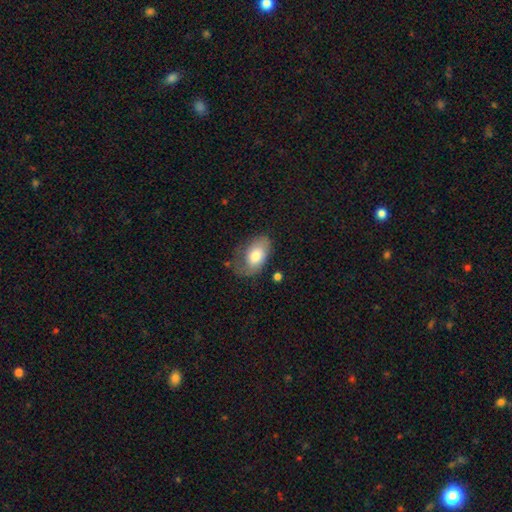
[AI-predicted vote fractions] Overall: smooth (72%). How rounded: in between (92%). Merging: none (47%; minor disturbance 32%).